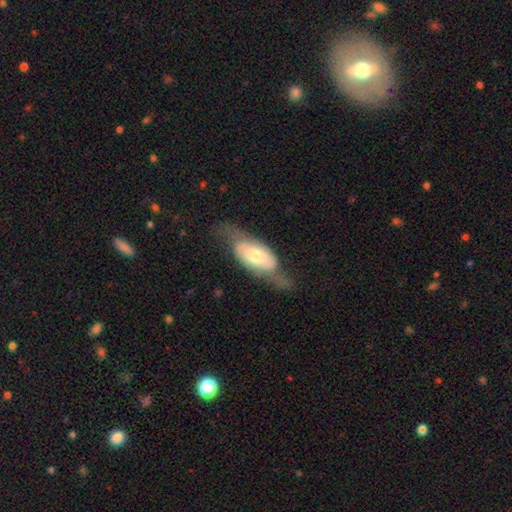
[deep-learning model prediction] Overall: featured or disk (66%; smooth 28%). Edge-on disk: no (84%). Bar: no (54%; weak 31%). Spiral arms: yes (80%). Bulge size: moderate (52%; small 32%). Merging: none (54%; minor disturbance 23%).